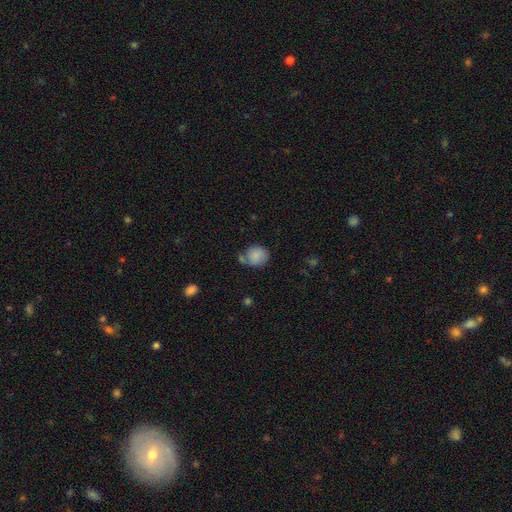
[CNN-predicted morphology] A smooth galaxy with no disk features (84%) that is round (76%). Merging: none (56%).